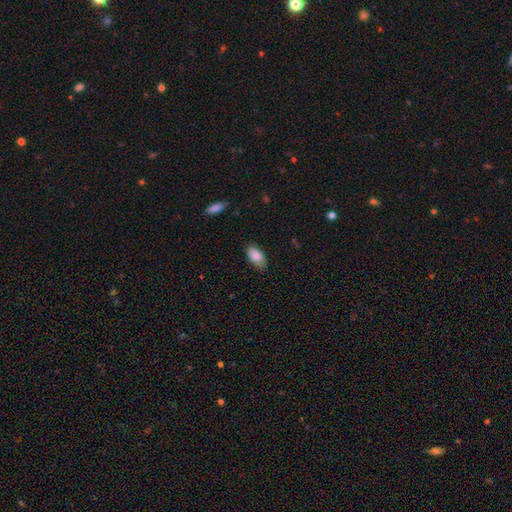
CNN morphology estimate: type=smooth (86%); roundness=in between (93%); merging=none (77%).